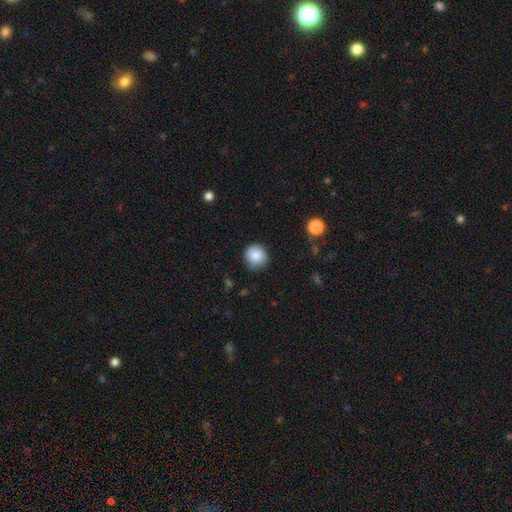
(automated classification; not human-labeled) The model was most divided on "merging": none: 83%, minor disturbance: 13%, major disturbance: 3%, merger: 1%. More confident: how rounded — round (92%); smooth or featured — smooth (84%).